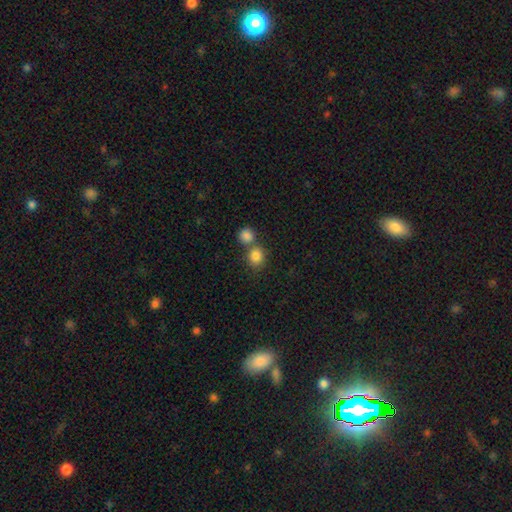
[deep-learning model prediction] Morphology: type=smooth (83%); roundness=round (82%); merging=none (55%).